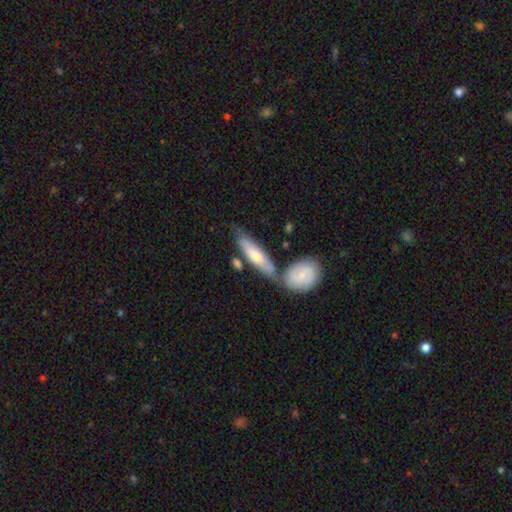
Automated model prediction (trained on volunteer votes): smooth_or_featured: smooth (p=0.52) [alt: featured or disk p=0.43]
how_rounded: cigar-shaped (p=0.62) [alt: in between p=0.36]
merging: none (p=0.51) [alt: merger p=0.28]